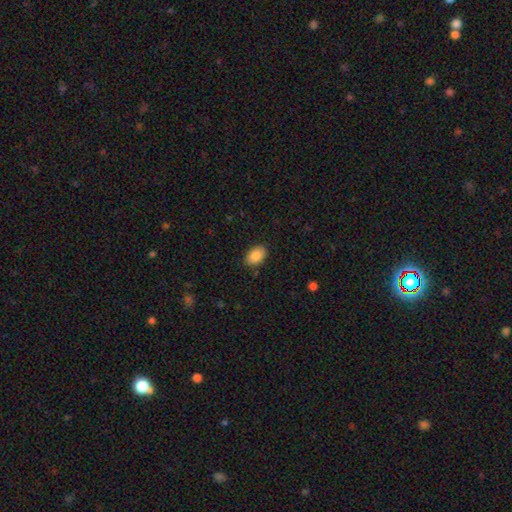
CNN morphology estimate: The model was most divided on "how rounded": in between: 87%, round: 12%, cigar-shaped: 1%. More confident: smooth or featured — smooth (88%); merging — none (87%).